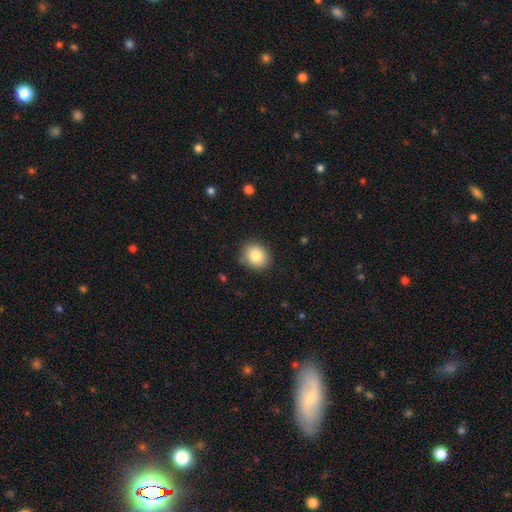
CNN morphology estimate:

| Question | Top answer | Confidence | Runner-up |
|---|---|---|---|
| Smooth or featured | smooth | 85% | star or artifact (9%) |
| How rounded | round | 65% | in between (34%) |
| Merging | none | 85% | minor disturbance (11%) |